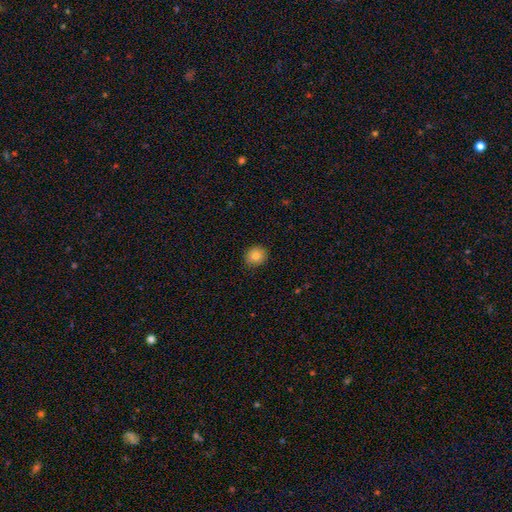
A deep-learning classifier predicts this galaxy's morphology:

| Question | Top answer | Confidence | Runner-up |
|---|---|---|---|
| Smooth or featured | smooth | 81% | star or artifact (10%) |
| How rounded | round | 81% | in between (18%) |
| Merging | none | 87% | minor disturbance (10%) |